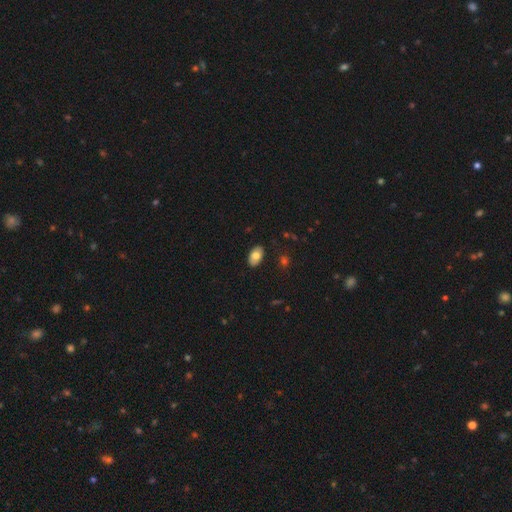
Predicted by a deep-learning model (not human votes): Morphology: type=smooth (77%); roundness=in between (94%); merging=none (86%).